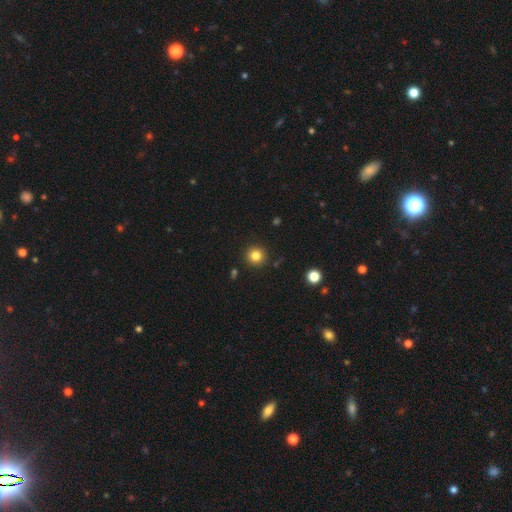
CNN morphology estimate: Overall: smooth (82%). How rounded: round (94%). Merging: none (90%).